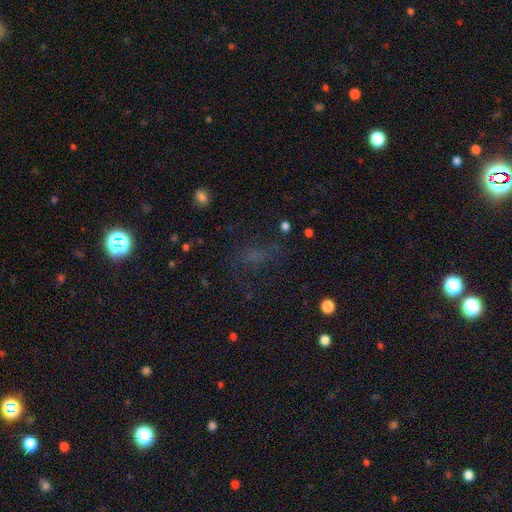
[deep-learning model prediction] Morphology: type=star or artifact (41%).